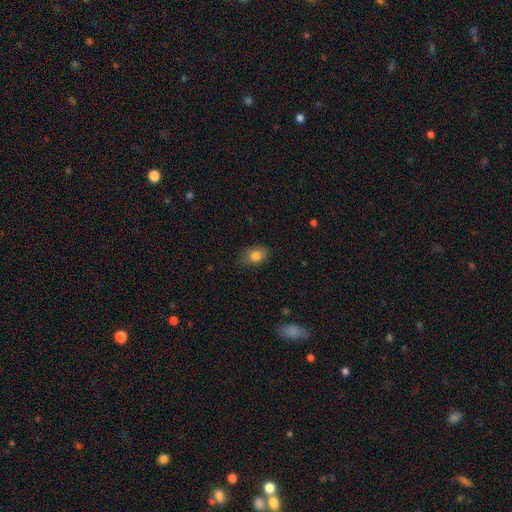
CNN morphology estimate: Q: Smooth or featured?
A: smooth (82%); runner-up: featured or disk (9%)
Q: How rounded?
A: in between (78%); runner-up: round (20%)
Q: Merging?
A: none (79%); runner-up: minor disturbance (16%)